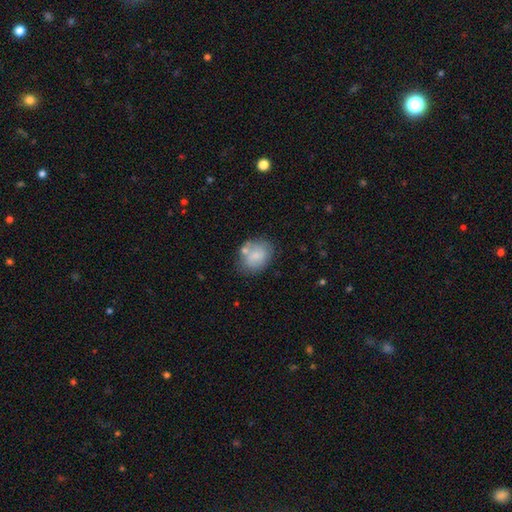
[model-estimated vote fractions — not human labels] Morphology: type=smooth (74%); roundness=in between (55%); merging=none (59%).